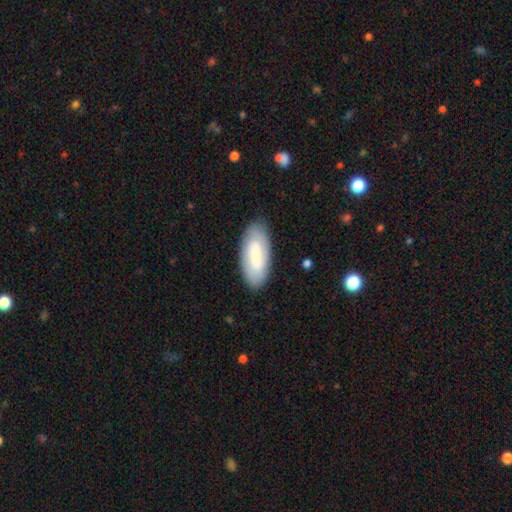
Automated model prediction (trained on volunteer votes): Overall: smooth (52%; featured or disk 42%). How rounded: in between (87%). Merging: none (84%).